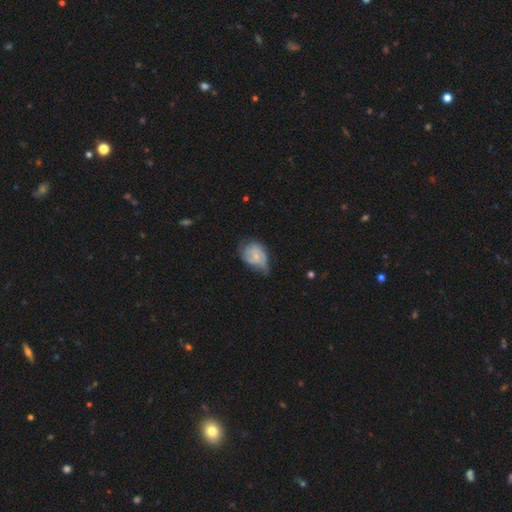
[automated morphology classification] smooth_or_featured: featured or disk (p=0.59) [alt: smooth p=0.34]
disk_edge_on: no (p=0.97) [alt: yes p=0.03]
bar: no (p=0.63) [alt: weak p=0.32]
has_spiral_arms: yes (p=0.83) [alt: no p=0.17]
bulge_size: small (p=0.64) [alt: moderate p=0.26]
merging: none (p=0.42) [alt: minor disturbance p=0.39]